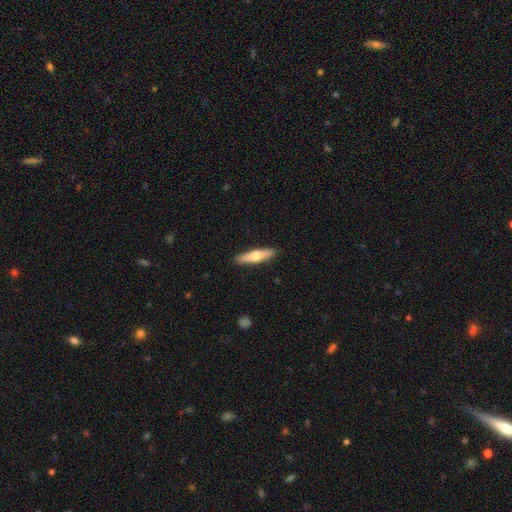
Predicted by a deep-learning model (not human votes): smooth-or-featured: smooth: 54% | featured or disk: 40% | star or artifact: 5%
  how-rounded: cigar-shaped: 78% | in between: 20% | round: 2%
  merging: none: 90% | minor disturbance: 7% | major disturbance: 2% | merger: 1%